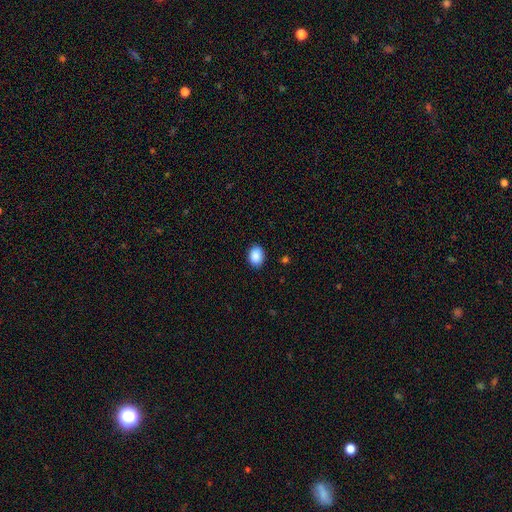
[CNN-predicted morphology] Smooth or featured? Predicted: smooth (p=0.89). How rounded? Predicted: in between (p=0.68). Merging? Predicted: none (p=0.88).